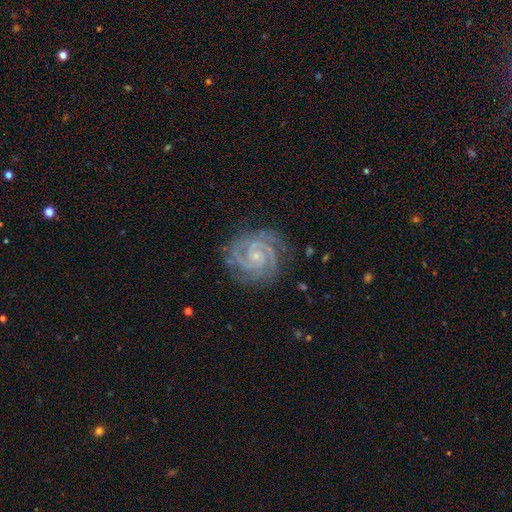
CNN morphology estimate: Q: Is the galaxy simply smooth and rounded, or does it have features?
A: featured or disk — 93%.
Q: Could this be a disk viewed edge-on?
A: no — 98%.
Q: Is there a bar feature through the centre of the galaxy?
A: no — 67%.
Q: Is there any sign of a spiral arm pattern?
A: yes — 99%.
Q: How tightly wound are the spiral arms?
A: tight — 78%.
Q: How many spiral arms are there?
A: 2 — 58%.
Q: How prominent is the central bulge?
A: small — 80%.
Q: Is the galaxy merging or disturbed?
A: none — 81%.